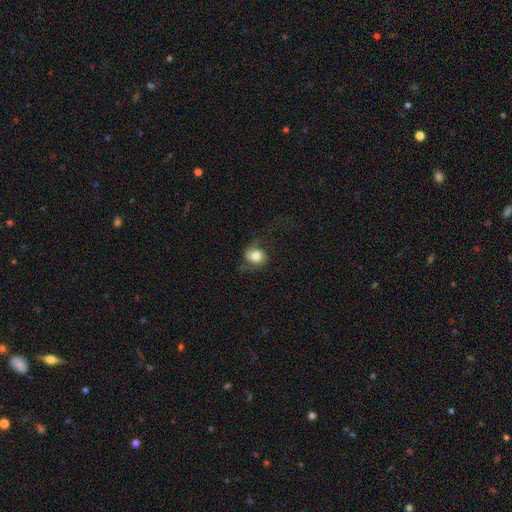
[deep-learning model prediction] smooth 70%, featured or disk 21%, star or artifact 9%. Down the decision tree: how rounded — round (64%); merging — none (54%).